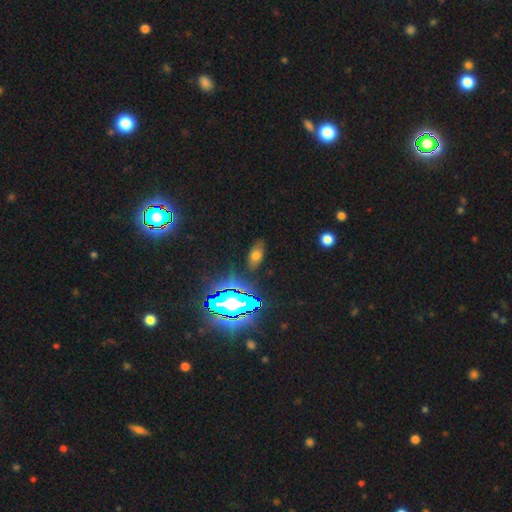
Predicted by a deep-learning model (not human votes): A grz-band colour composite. It shows a smooth galaxy with no disk features (52%) that is in between round and cigar-shaped (87%). Merging: none (80%).